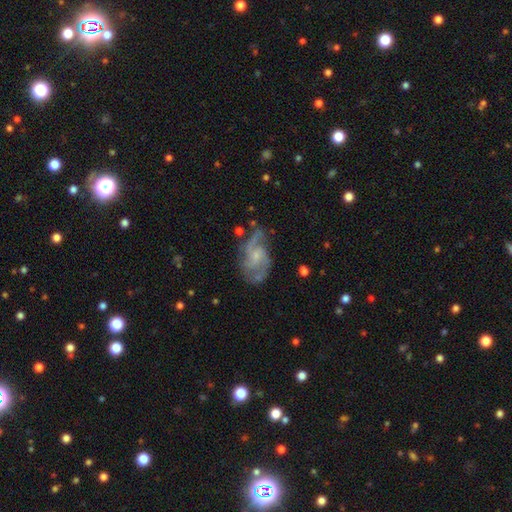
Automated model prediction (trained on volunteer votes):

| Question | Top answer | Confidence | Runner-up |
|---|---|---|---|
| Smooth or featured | featured or disk | 84% | smooth (10%) |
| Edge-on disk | no | 97% | yes (3%) |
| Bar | no | 52% | weak (41%) |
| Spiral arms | yes | 95% | no (5%) |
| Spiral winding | medium | 53% | loose (26%) |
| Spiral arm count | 2 | 56% | 3 (20%) |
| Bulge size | small | 63% | moderate (22%) |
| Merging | none | 63% | minor disturbance (22%) |